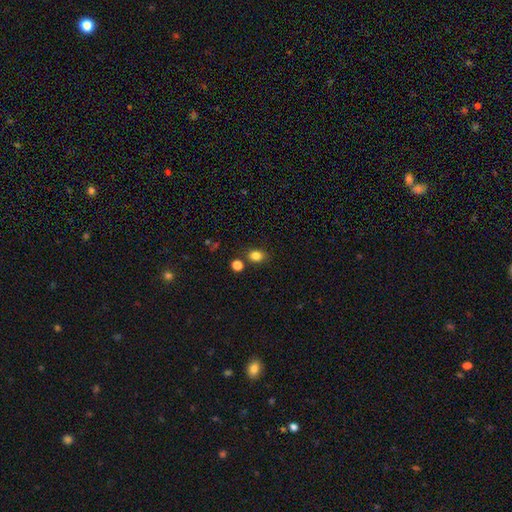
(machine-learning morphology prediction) A smooth galaxy with no disk features (82%) that is in between round and cigar-shaped (59%).

Vote fractions:
- Smooth or featured? smooth: 82% / star or artifact: 12% / featured or disk: 5%
- How rounded? in between: 59% / round: 40% / cigar-shaped: 1%
- Merging? none: 77% / minor disturbance: 11% / merger: 9% / major disturbance: 3%